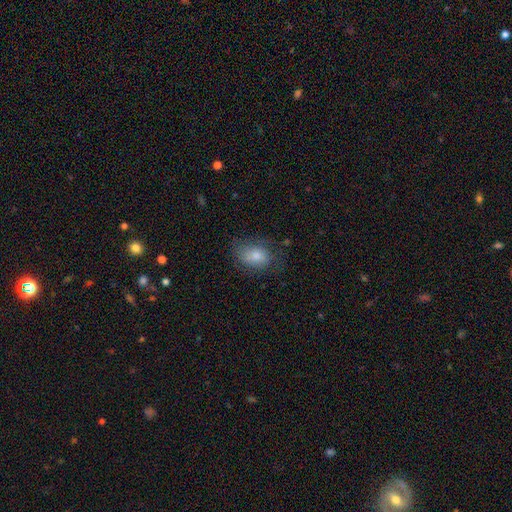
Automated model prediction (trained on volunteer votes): smooth 77%, featured or disk 15%, star or artifact 8%. Down the decision tree: how rounded — in between (79%); merging — none (63%).